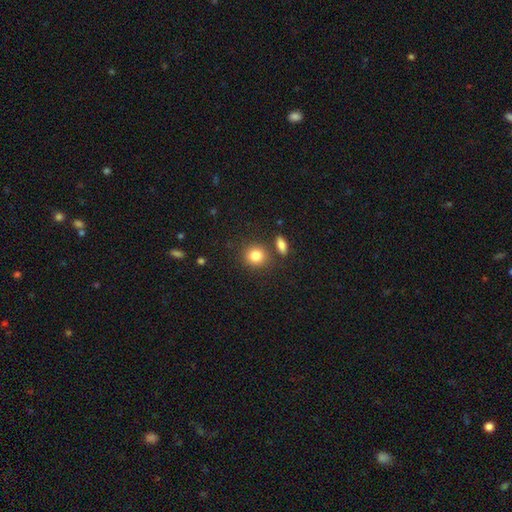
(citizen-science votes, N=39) Smooth or featured? smooth (85%)
How rounded? round (82%)
Merging? none (81%)